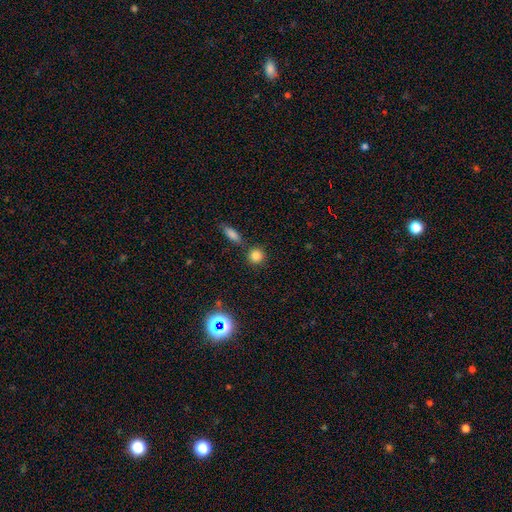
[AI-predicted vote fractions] Smooth or featured?
  - smooth: 81% *
  - star or artifact: 13%
  - featured or disk: 6%
How rounded?
  - round: 89% *
  - in between: 9%
  - cigar-shaped: 2%
Merging?
  - none: 78% *
  - merger: 11%
  - minor disturbance: 8%
  - major disturbance: 3%